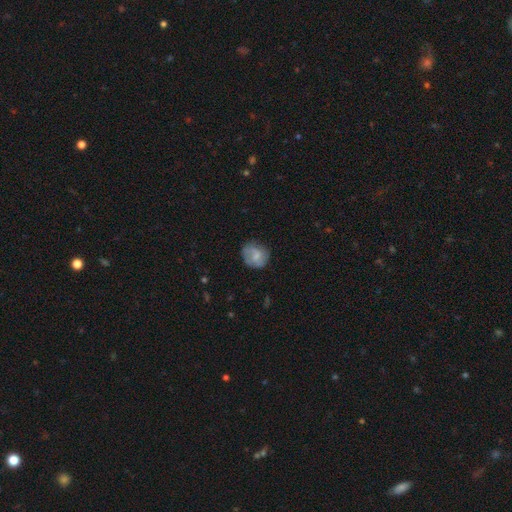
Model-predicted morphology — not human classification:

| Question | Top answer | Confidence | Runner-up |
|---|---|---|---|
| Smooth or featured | smooth | 65% | featured or disk (27%) |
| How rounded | round | 73% | in between (26%) |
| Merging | none | 65% | minor disturbance (24%) |